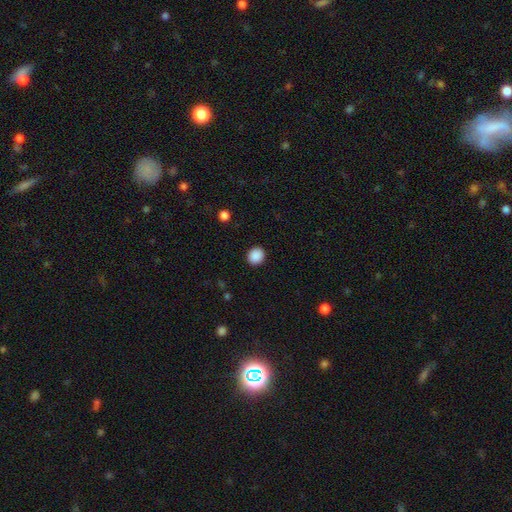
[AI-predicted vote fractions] Morphology: type=smooth (89%); roundness=round (81%); merging=none (92%).